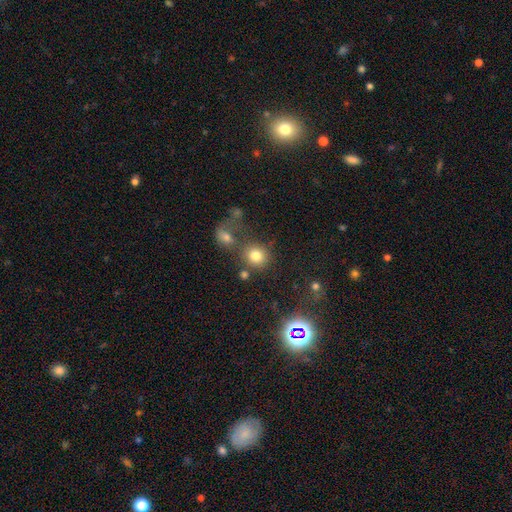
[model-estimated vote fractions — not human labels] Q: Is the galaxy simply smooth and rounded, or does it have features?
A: smooth — 77%.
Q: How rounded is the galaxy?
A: round — 84%.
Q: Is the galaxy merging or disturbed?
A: none — 64%.